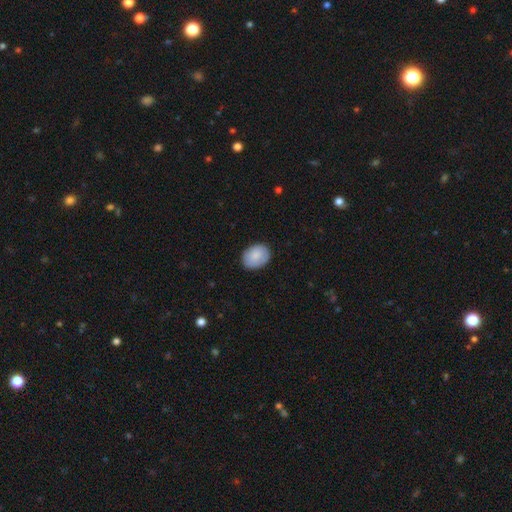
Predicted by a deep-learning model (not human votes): Overall: smooth (86%). How rounded: in between (68%; round 31%). Merging: none (85%).